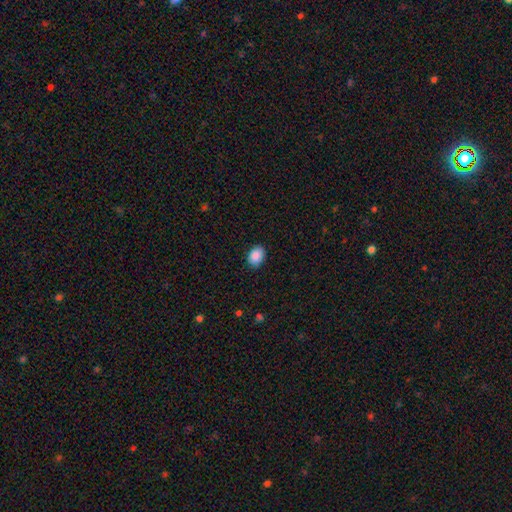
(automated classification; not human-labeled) Overall: smooth (89%). How rounded: in between (73%). Merging: none (87%).